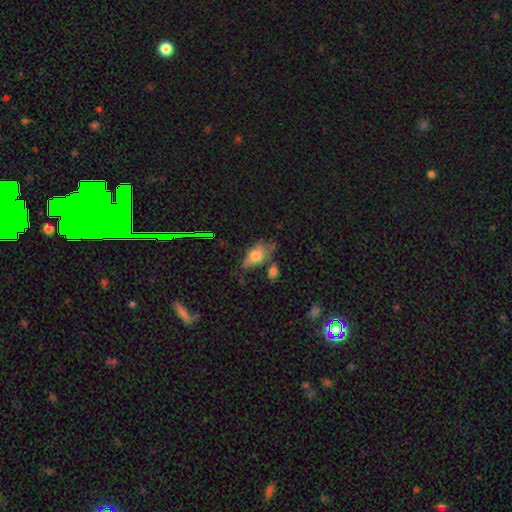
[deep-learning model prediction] This appears to be a smooth galaxy with no disk features (67%) that is in between round and cigar-shaped (87%). Merging: none (46%).